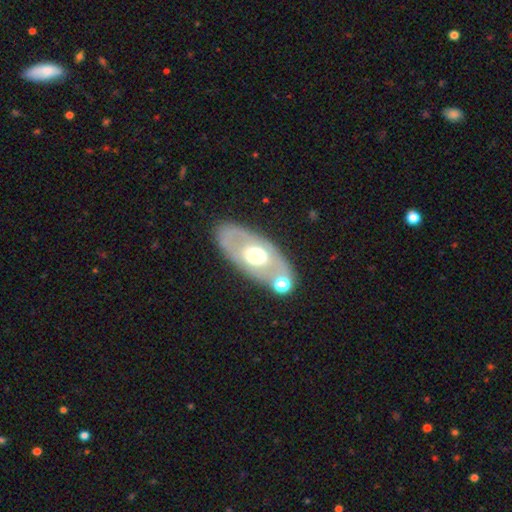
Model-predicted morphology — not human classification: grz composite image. It shows a featured or disk galaxy (54%). Merging: none (73%).